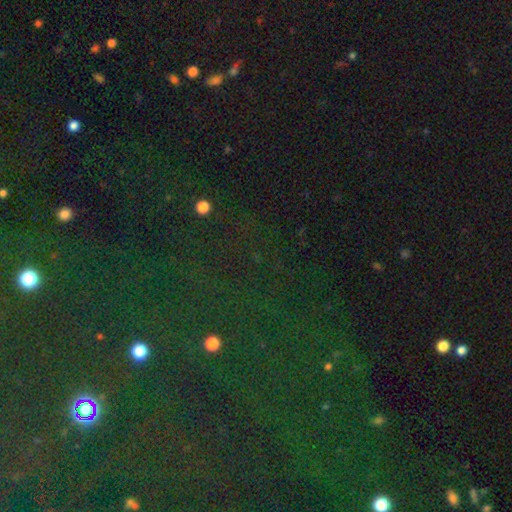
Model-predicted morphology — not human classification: Smooth or featured: star or artifact — 81% (smooth — 11%)